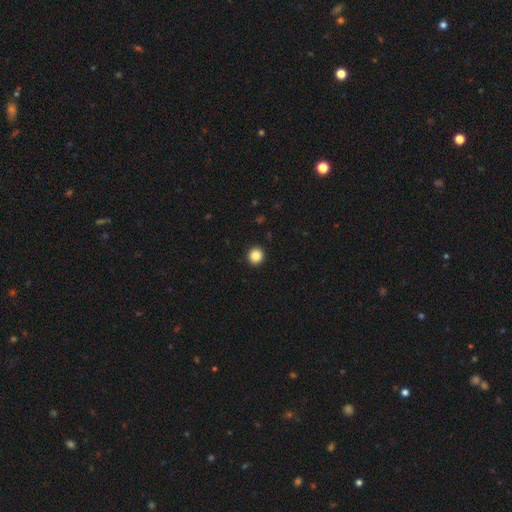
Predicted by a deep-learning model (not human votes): smooth_or_featured: smooth (p=0.87) [alt: star or artifact p=0.10]
how_rounded: round (p=0.94) [alt: in between p=0.05]
merging: none (p=0.93) [alt: minor disturbance p=0.04]